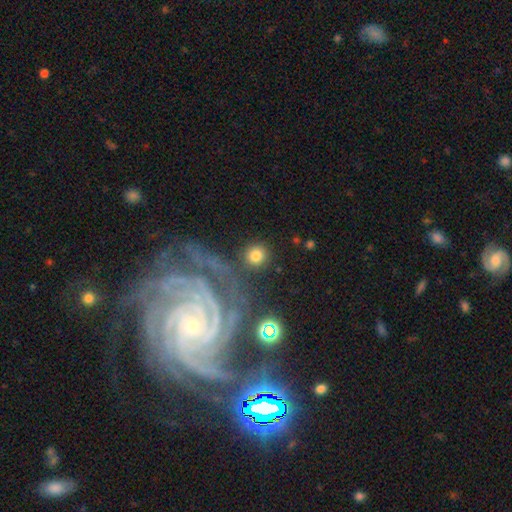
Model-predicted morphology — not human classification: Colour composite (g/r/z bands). It shows a smooth galaxy with no disk features (77%) that is round (92%). Merging: none (84%).